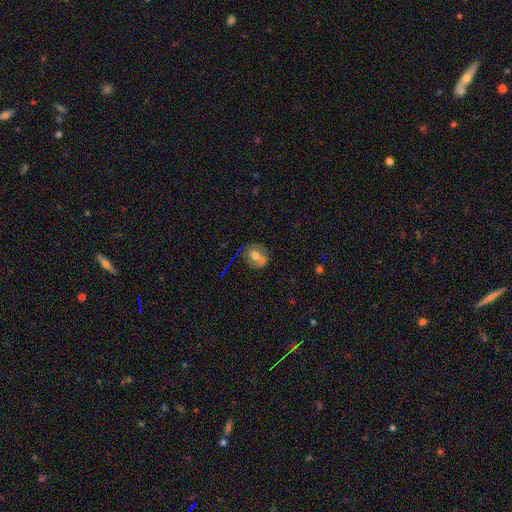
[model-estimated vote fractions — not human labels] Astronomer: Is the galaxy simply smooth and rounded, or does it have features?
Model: smooth — 62%.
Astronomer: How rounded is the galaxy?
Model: round — 67%.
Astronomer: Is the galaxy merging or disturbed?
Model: none — 54%.